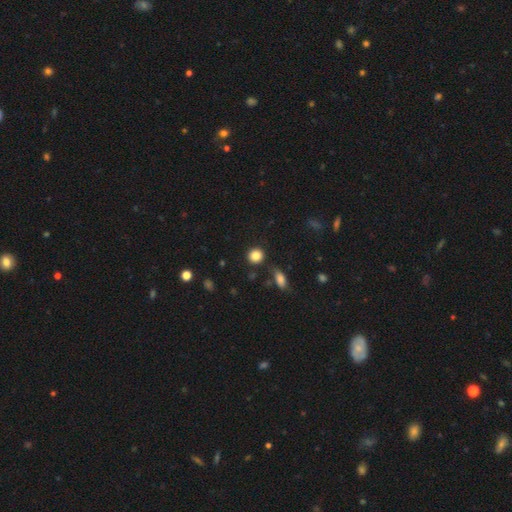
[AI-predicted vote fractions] Overall: smooth (85%). How rounded: round (88%). Merging: none (84%).